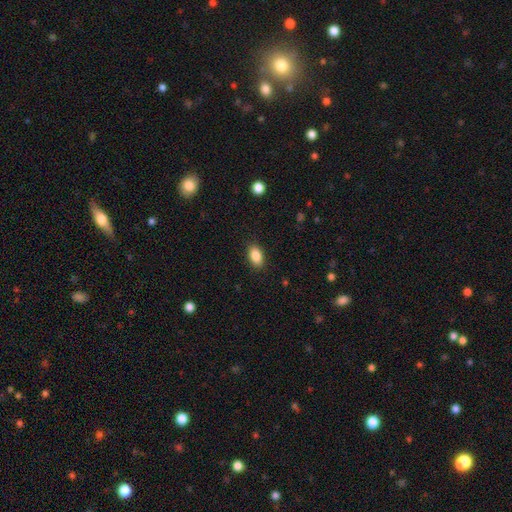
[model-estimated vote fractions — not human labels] Smooth or featured? smooth (87%)
How rounded? in between (90%)
Merging? none (88%)